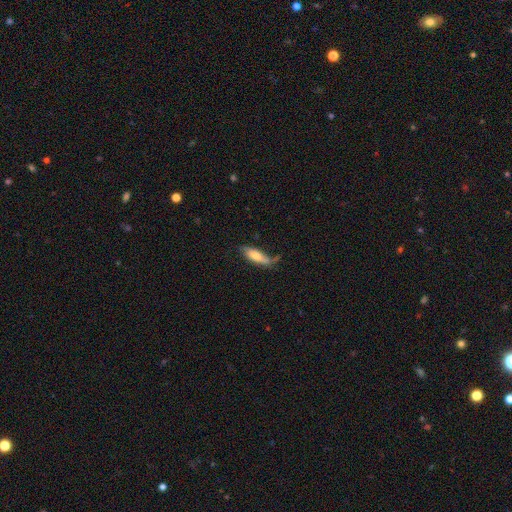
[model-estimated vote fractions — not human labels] Smooth or featured? smooth (67%)
How rounded? in between (54%)
Merging? none (49%)